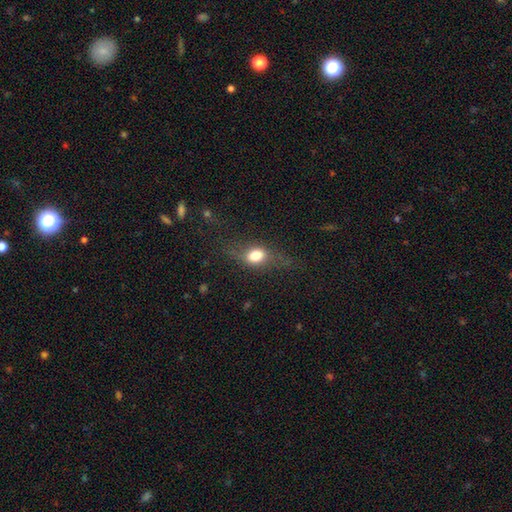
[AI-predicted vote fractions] smooth_or_featured: smooth (p=0.68) [alt: featured or disk p=0.21]
how_rounded: in between (p=0.66) [alt: round p=0.28]
merging: none (p=0.60) [alt: minor disturbance p=0.22]